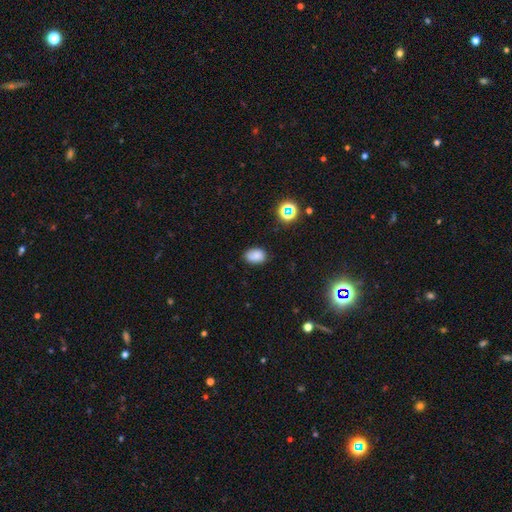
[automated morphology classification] This is clearly a smooth galaxy (81%). How rounded: likely in between (79%). Merging: likely none (78%).